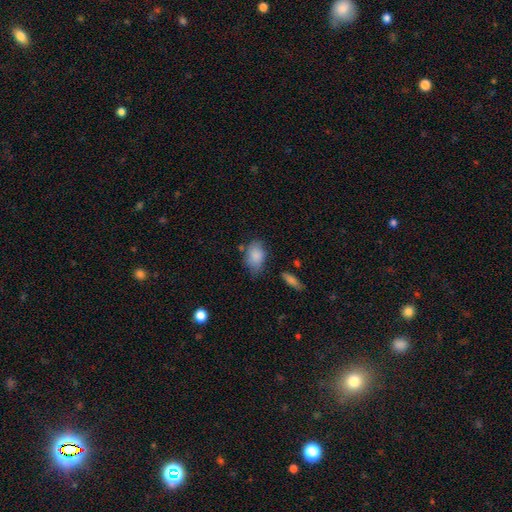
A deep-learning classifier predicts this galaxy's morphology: Q: Smooth or featured?
A: smooth (85%); runner-up: featured or disk (8%)
Q: How rounded?
A: in between (86%); runner-up: round (12%)
Q: Merging?
A: none (64%); runner-up: minor disturbance (25%)